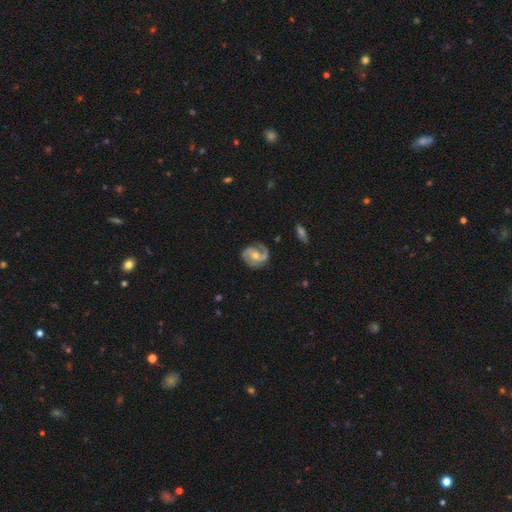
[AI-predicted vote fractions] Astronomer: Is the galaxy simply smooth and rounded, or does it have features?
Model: featured or disk — 86%.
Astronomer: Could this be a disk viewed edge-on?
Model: no — 98%.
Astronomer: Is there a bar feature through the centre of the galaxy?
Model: no — 51% (runner-up: weak, 37%).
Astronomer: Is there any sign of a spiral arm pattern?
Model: yes — 97%.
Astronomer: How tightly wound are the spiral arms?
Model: medium — 53%.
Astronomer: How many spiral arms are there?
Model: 2 — 83%.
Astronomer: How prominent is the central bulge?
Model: moderate — 55% (runner-up: small, 41%).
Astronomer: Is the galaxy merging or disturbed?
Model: none — 75%.